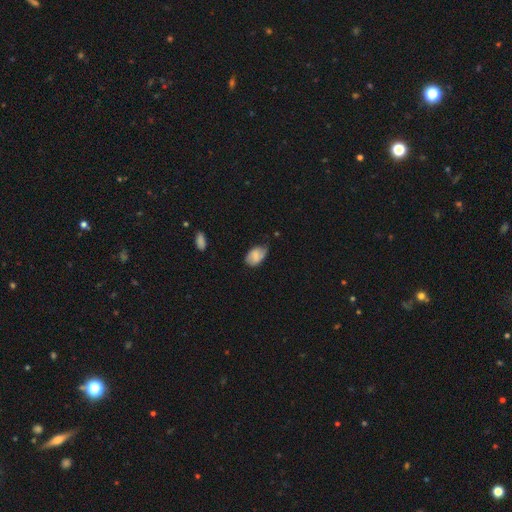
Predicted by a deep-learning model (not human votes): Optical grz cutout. It shows a smooth galaxy with no disk features (68%) that is in between round and cigar-shaped (89%). Merging: none (51%).